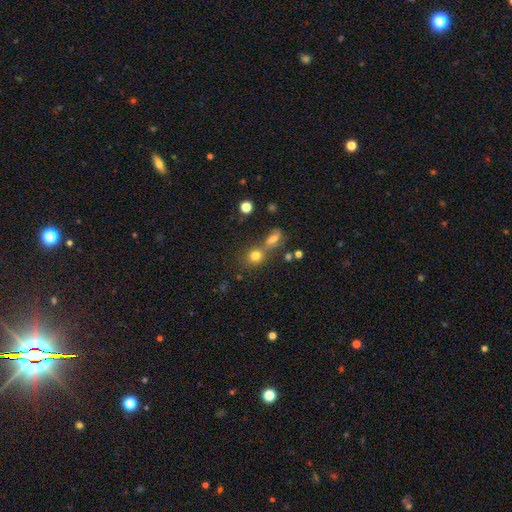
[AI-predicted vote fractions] smooth-or-featured: smooth: 77% | star or artifact: 14% | featured or disk: 9%
  how-rounded: round: 77% | in between: 22% | cigar-shaped: 2%
  merging: none: 52% | merger: 34% | minor disturbance: 9% | major disturbance: 4%